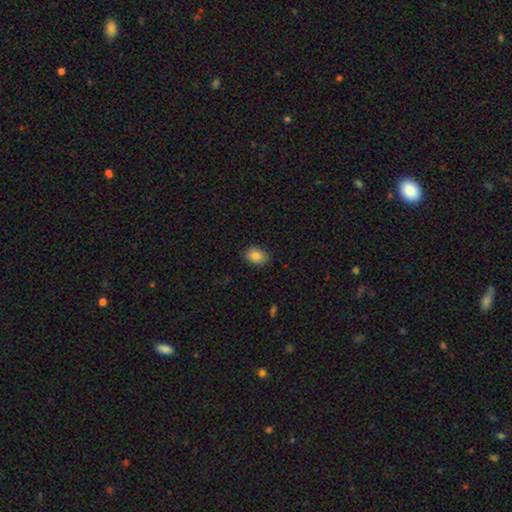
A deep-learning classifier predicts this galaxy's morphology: Smooth or featured? Predicted: smooth (p=0.86). How rounded? Predicted: in between (p=0.79). Merging? Predicted: none (p=0.87).